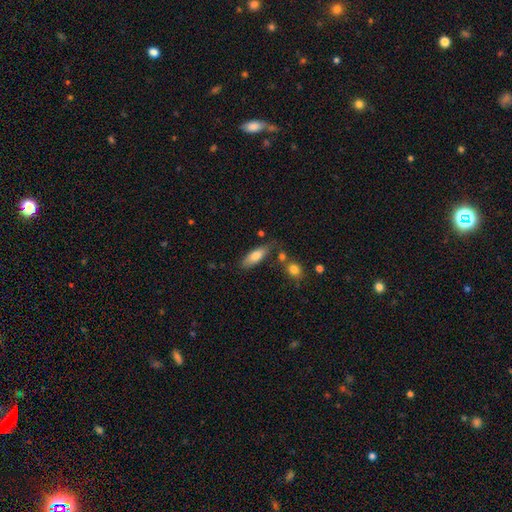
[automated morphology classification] Smooth or featured?
  - smooth: 75% *
  - featured or disk: 18%
  - star or artifact: 7%
How rounded?
  - in between: 68% *
  - cigar-shaped: 30%
  - round: 2%
Merging?
  - none: 70% *
  - minor disturbance: 17%
  - merger: 9%
  - major disturbance: 4%